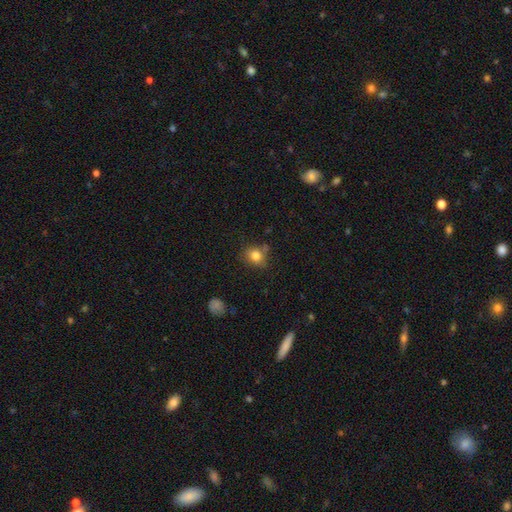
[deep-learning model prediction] The model was most divided on "how rounded": round: 61%, in between: 38%, cigar-shaped: 1%. More confident: smooth or featured — smooth (81%); merging — none (69%).